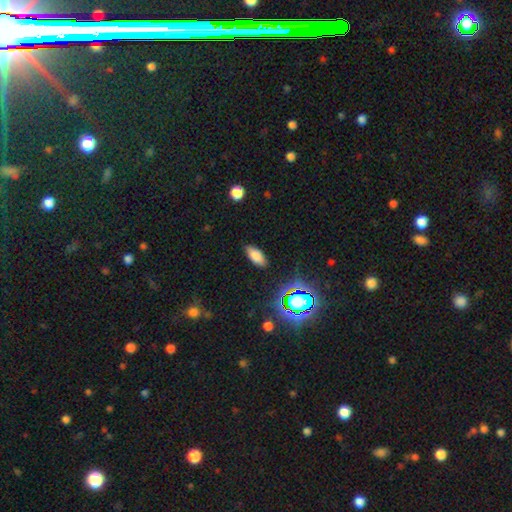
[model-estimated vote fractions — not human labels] Smooth or featured? Predicted: smooth (p=0.77). How rounded? Predicted: in between (p=0.86). Merging? Predicted: none (p=0.85).